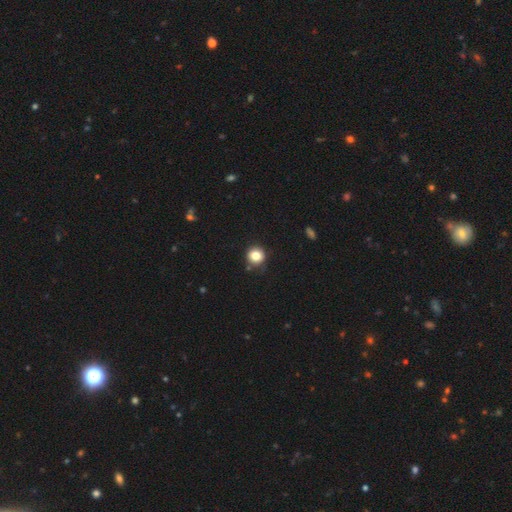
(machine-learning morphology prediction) This appears to be a smooth galaxy with no disk features (82%) that is round (92%). Merging: none (85%).